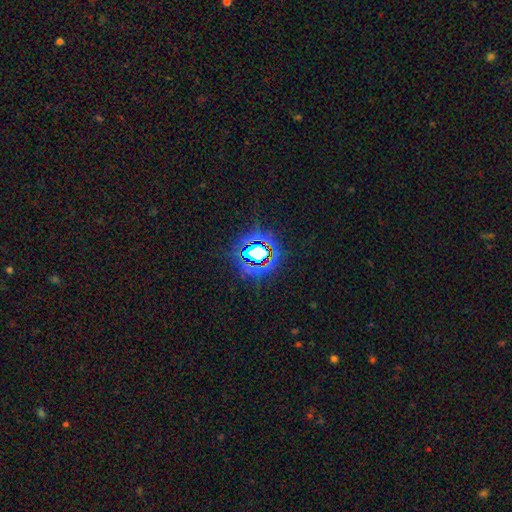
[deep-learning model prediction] smooth-or-featured: star or artifact: 73% | smooth: 16% | featured or disk: 11%